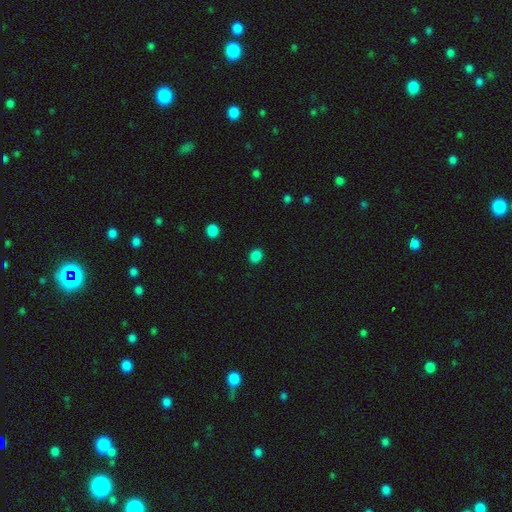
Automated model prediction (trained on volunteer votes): smooth 85%, star or artifact 12%, featured or disk 3%. Down the decision tree: how rounded — round (57%); merging — none (89%).